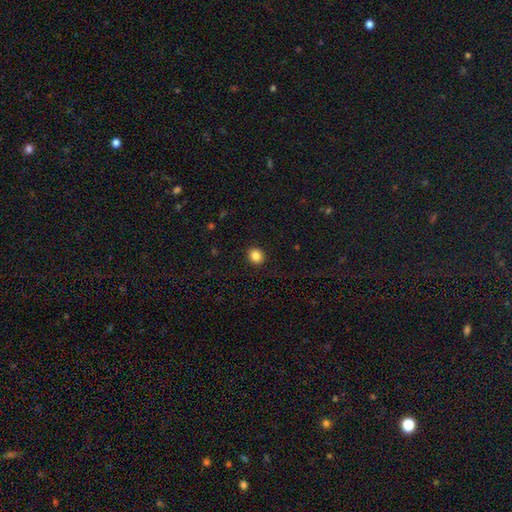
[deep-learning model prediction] Smooth or featured? Predicted: smooth (p=0.85). How rounded? Predicted: round (p=0.79). Merging? Predicted: none (p=0.92).